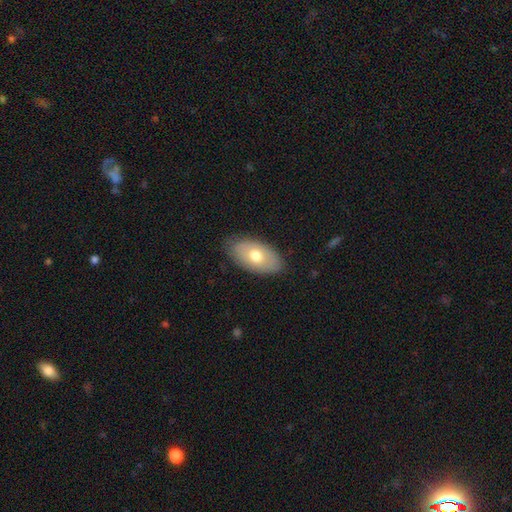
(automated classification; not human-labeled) Smooth or featured? Predicted: smooth (p=0.66). How rounded? Predicted: in between (p=0.94). Merging? Predicted: none (p=0.82).